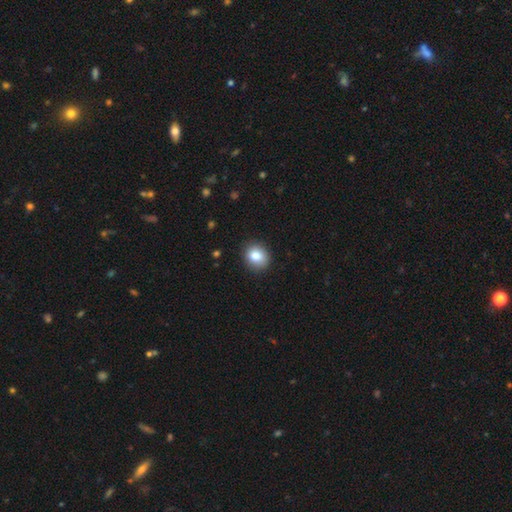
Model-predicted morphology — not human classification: A smooth galaxy with no disk features (84%) that is round (67%). Merging: none (88%).